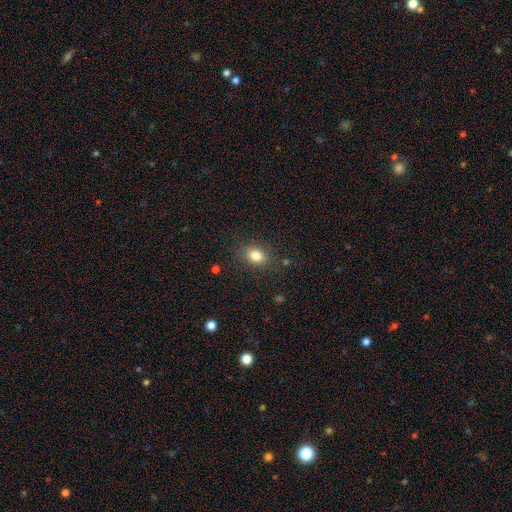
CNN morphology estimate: Smooth or featured?
  - smooth: 82% *
  - star or artifact: 10%
  - featured or disk: 8%
How rounded?
  - in between: 66% *
  - round: 32%
  - cigar-shaped: 1%
Merging?
  - none: 84% *
  - minor disturbance: 11%
  - major disturbance: 4%
  - merger: 1%